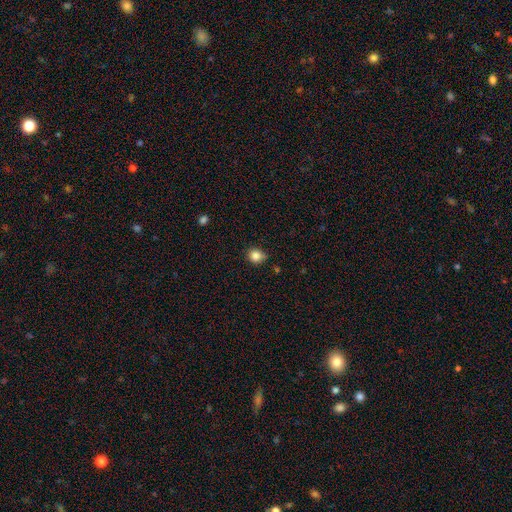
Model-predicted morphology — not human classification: A smooth galaxy with no disk features (84%) that is round (82%). Merging: none (73%).